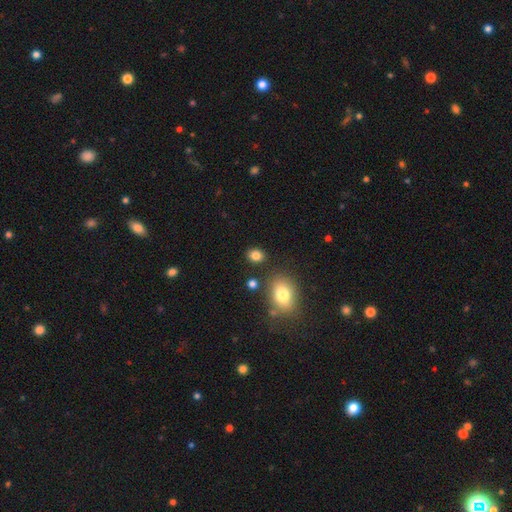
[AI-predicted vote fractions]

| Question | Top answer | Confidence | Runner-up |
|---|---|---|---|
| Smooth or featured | smooth | 83% | star or artifact (11%) |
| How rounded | round | 50% | in between (49%) |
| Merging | none | 84% | minor disturbance (9%) |